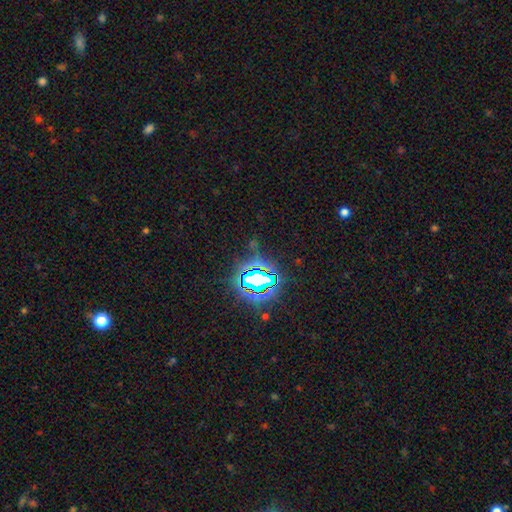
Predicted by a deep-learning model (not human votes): Morphology: type=star or artifact (79%).